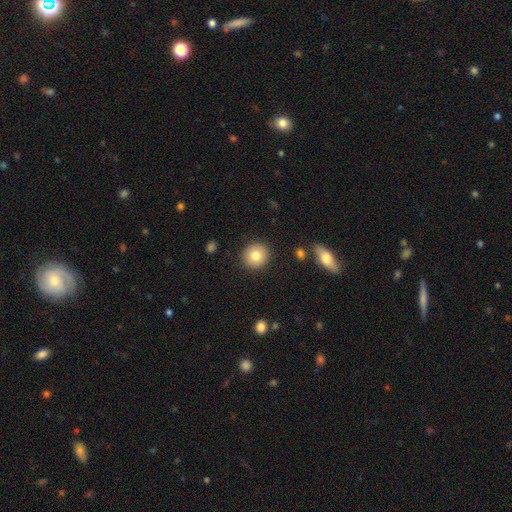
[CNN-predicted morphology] A smooth galaxy with no disk features (80%) that is round (91%). Merging: none (90%).